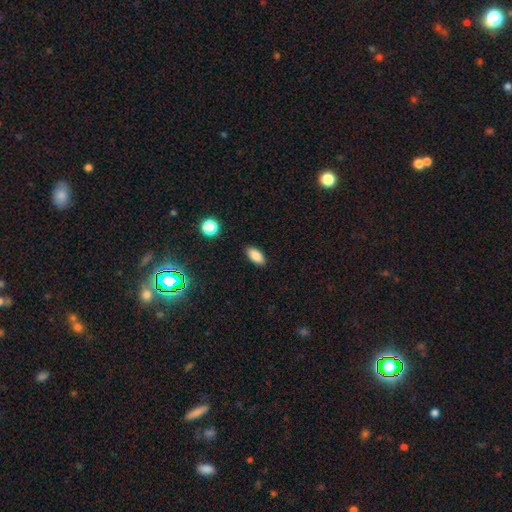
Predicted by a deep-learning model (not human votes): Smooth or featured?
  - smooth: 85% *
  - star or artifact: 9%
  - featured or disk: 6%
How rounded?
  - in between: 91% *
  - cigar-shaped: 6%
  - round: 3%
Merging?
  - none: 88% *
  - minor disturbance: 8%
  - major disturbance: 2%
  - merger: 1%